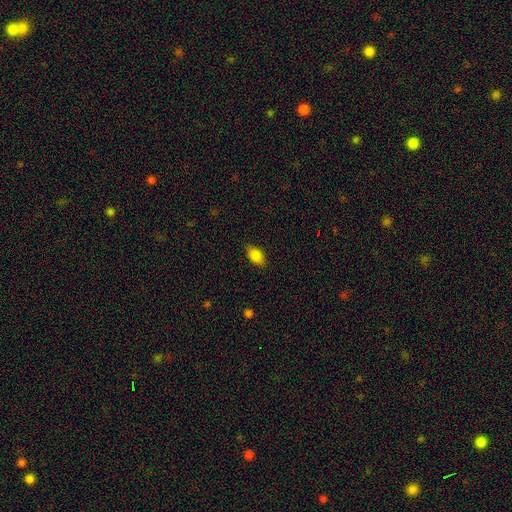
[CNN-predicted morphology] Smooth or featured: smooth — 84% (star or artifact — 8%)
How rounded: in between — 89% (round — 8%)
Merging: none — 84% (minor disturbance — 12%)